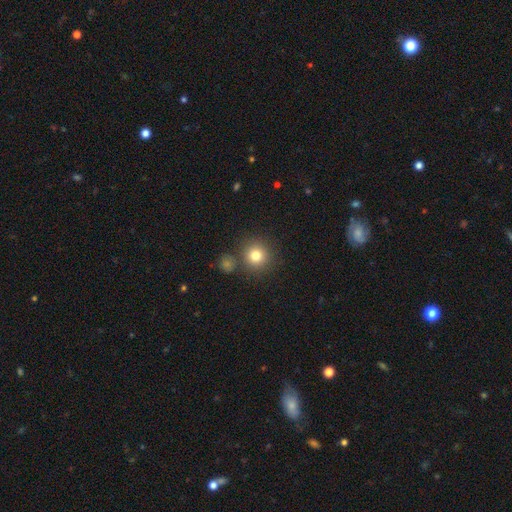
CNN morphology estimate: A smooth galaxy with no disk features (81%) that is round (92%). Merging: none (80%).